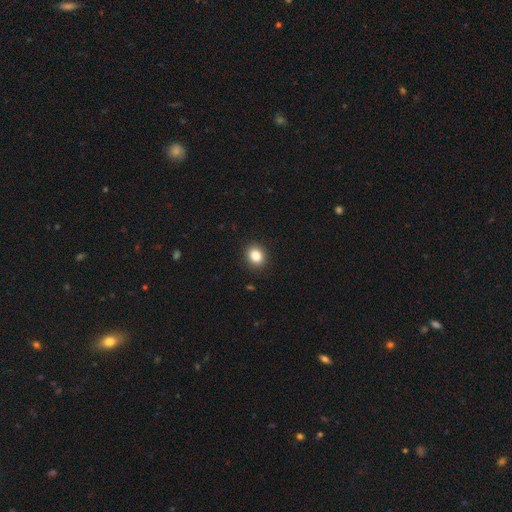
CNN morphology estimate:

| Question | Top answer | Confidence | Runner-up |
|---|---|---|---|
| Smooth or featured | smooth | 85% | star or artifact (10%) |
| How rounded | round | 67% | in between (32%) |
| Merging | none | 91% | minor disturbance (7%) |